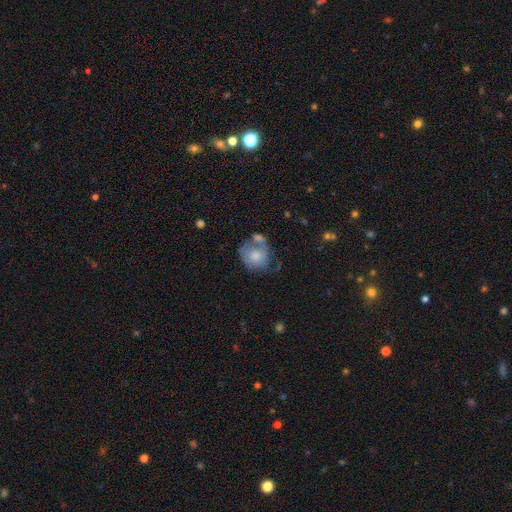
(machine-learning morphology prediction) type=smooth (64%); roundness=round (68%); merging=none (35%).